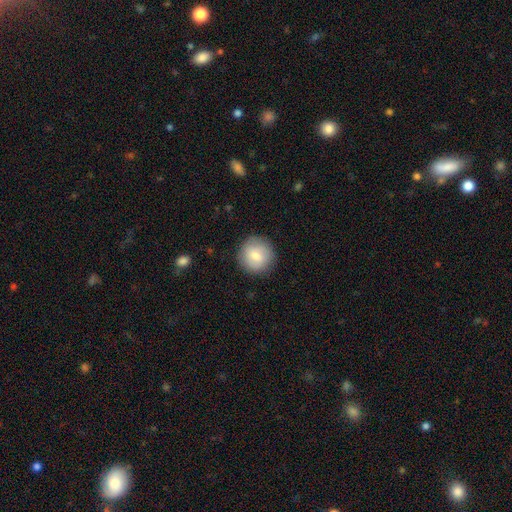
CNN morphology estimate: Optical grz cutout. It shows a smooth galaxy with no disk features (78%) that is round (94%). Merging: none (88%).